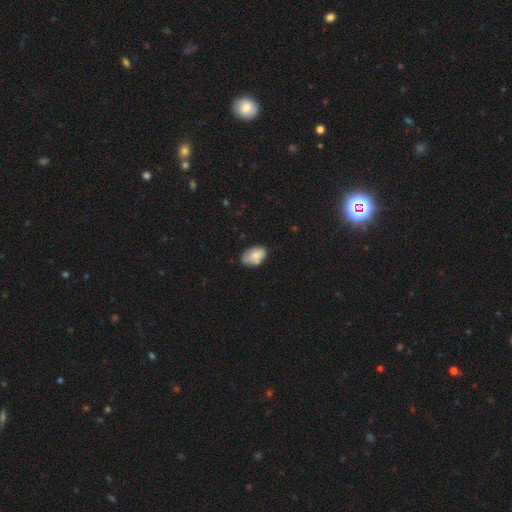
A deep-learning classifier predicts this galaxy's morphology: This appears to be a smooth galaxy with no disk features (76%) that is in between round and cigar-shaped (89%). Merging: none (58%).